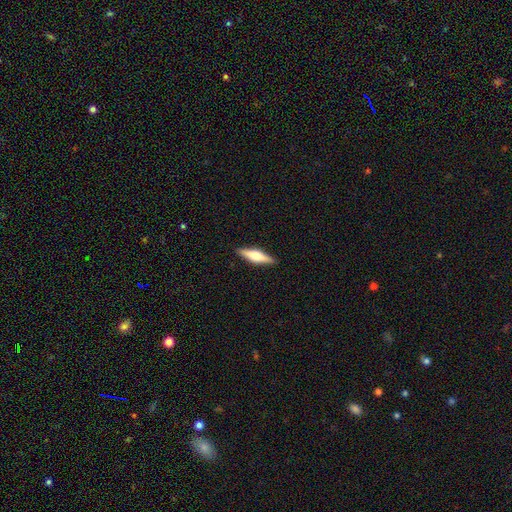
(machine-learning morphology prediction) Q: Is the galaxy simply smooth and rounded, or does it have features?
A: featured or disk — 54%.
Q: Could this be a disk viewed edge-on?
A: yes — 96%.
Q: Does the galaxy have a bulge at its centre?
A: rounded — 89%.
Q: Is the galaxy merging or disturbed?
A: none — 90%.